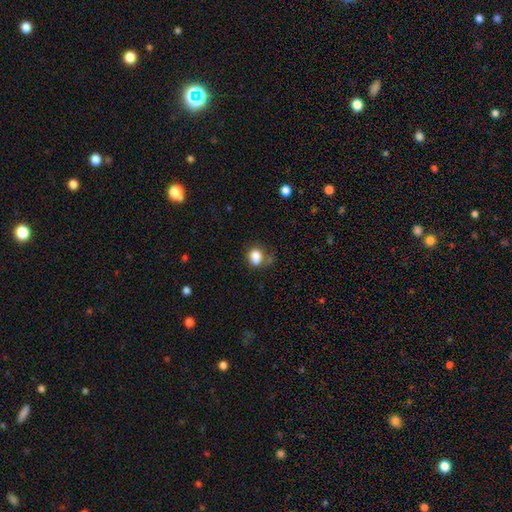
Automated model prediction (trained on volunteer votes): Smooth or featured?
  - smooth: 81% *
  - star or artifact: 10%
  - featured or disk: 8%
How rounded?
  - in between: 53% *
  - round: 45%
  - cigar-shaped: 1%
Merging?
  - none: 45% *
  - minor disturbance: 28%
  - major disturbance: 15%
  - merger: 13%